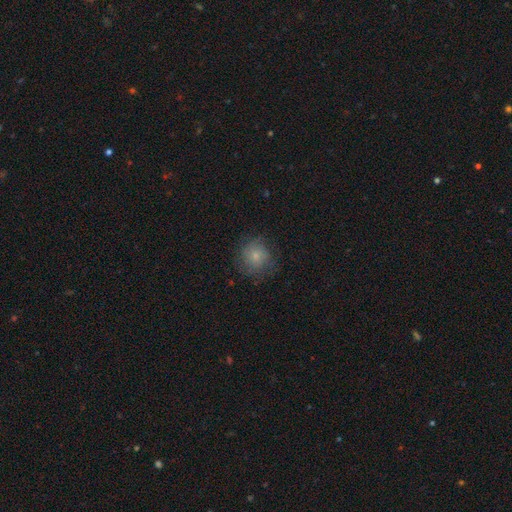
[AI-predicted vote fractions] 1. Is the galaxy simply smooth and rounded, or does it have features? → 77% smooth, 13% featured or disk, 10% star or artifact.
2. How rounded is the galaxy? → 89% round, 10% in between, 1% cigar-shaped.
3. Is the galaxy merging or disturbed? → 74% none, 17% minor disturbance, 7% major disturbance, 1% merger.